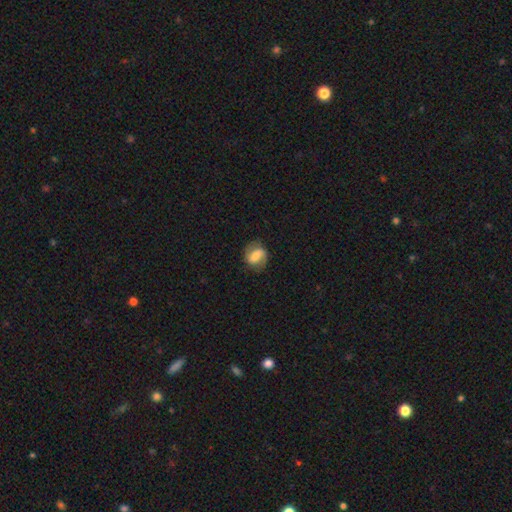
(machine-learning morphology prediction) Smooth or featured: featured or disk — 55% (smooth — 37%)
Edge-on disk: no — 96% (yes — 4%)
Bar: weak — 40% (tied with strong — 40%)
Spiral arms: yes — 85% (no — 15%)
Bulge size: moderate — 38% (small — 30%)
Merging: none — 77% (minor disturbance — 16%)